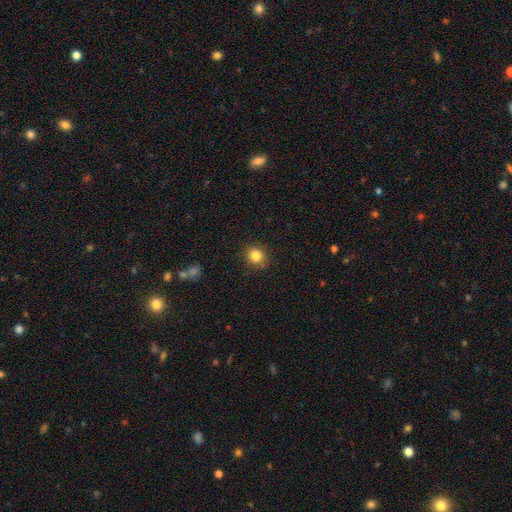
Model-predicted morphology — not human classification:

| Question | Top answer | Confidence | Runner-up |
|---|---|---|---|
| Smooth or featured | smooth | 84% | star or artifact (11%) |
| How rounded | round | 79% | in between (20%) |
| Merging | none | 88% | minor disturbance (9%) |